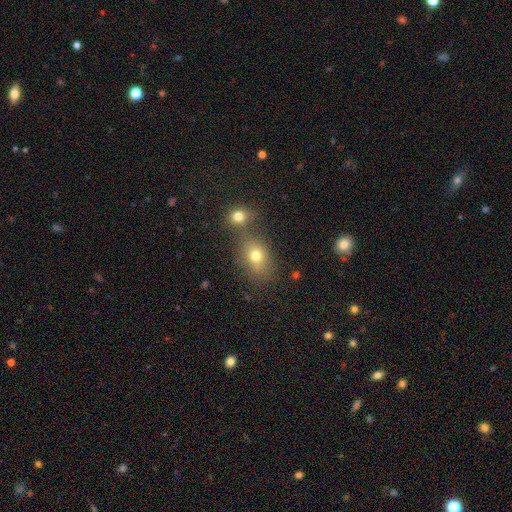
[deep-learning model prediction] smooth-or-featured: smooth: 73% | star or artifact: 14% | featured or disk: 13%
  how-rounded: in between: 58% | round: 40% | cigar-shaped: 1%
  merging: none: 50% | merger: 33% | minor disturbance: 11% | major disturbance: 5%